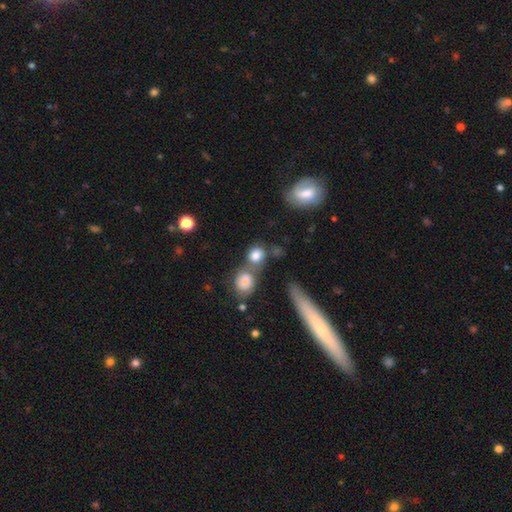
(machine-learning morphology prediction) The model was most divided on "merging": none: 45%, merger: 37%, minor disturbance: 11%, major disturbance: 6%. More confident: smooth or featured — smooth (80%); how rounded — round (69%).